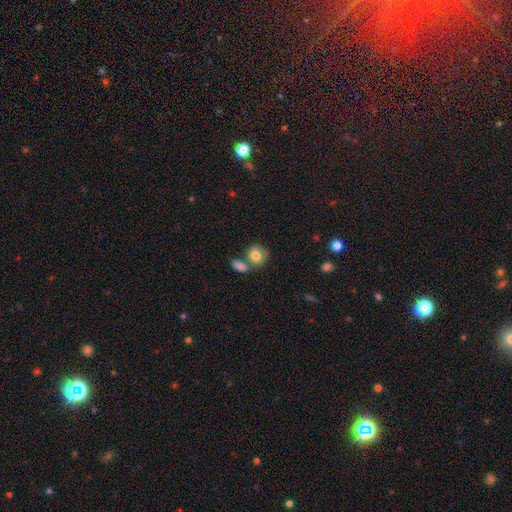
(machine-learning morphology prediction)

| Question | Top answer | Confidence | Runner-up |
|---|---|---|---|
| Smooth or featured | smooth | 82% | featured or disk (10%) |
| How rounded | round | 70% | in between (28%) |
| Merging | none | 54% | merger (28%) |